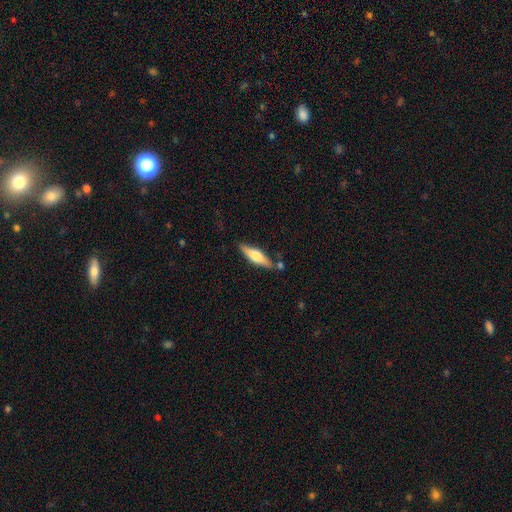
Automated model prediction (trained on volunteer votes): Smooth or featured?
  - smooth: 48% *
  - featured or disk: 46%
  - star or artifact: 6%
Merging?
  - none: 77% *
  - minor disturbance: 14%
  - merger: 7%
  - major disturbance: 3%